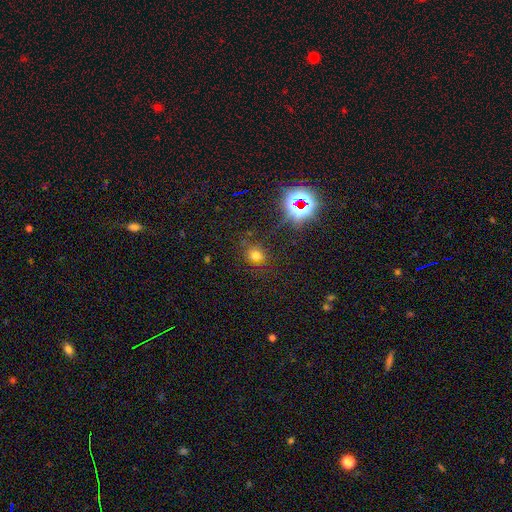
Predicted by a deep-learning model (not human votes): Overall: smooth (58%; star or artifact 32%). How rounded: round (69%; in between 29%). Merging: none (78%).